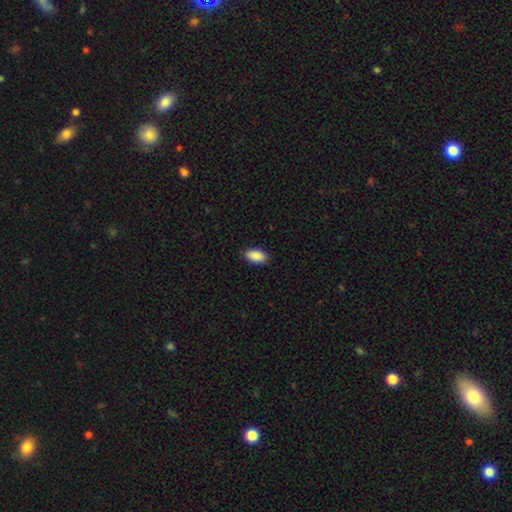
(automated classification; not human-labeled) Smooth or featured?
  - smooth: 91% *
  - star or artifact: 7%
  - featured or disk: 3%
How rounded?
  - in between: 94% *
  - round: 3%
  - cigar-shaped: 3%
Merging?
  - none: 89% *
  - minor disturbance: 8%
  - major disturbance: 2%
  - merger: 1%